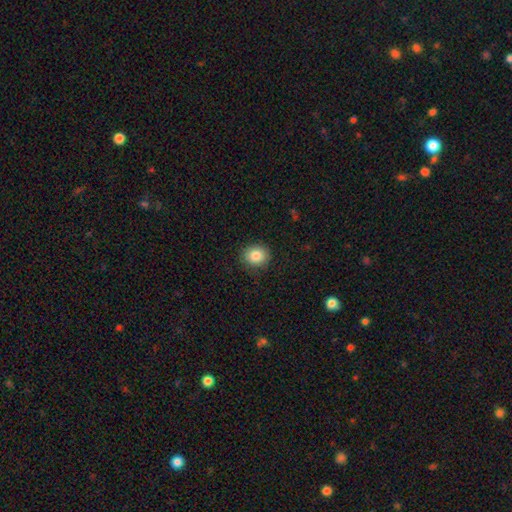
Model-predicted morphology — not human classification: Overall: smooth (85%). How rounded: round (77%). Merging: none (89%).